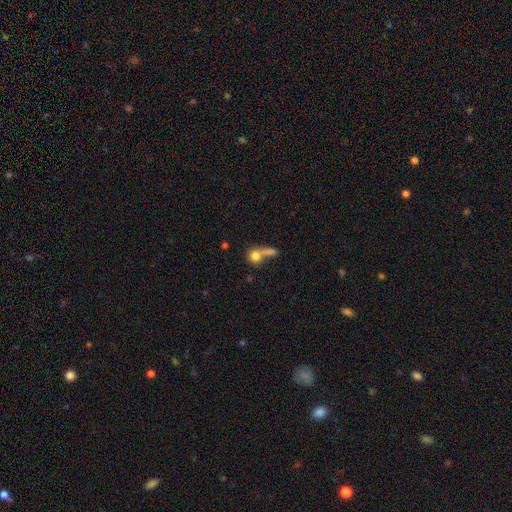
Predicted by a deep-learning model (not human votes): Smooth or featured: smooth — 75% (featured or disk — 15%)
How rounded: round — 71% (in between — 23%)
Merging: merger — 46% (none — 33%)